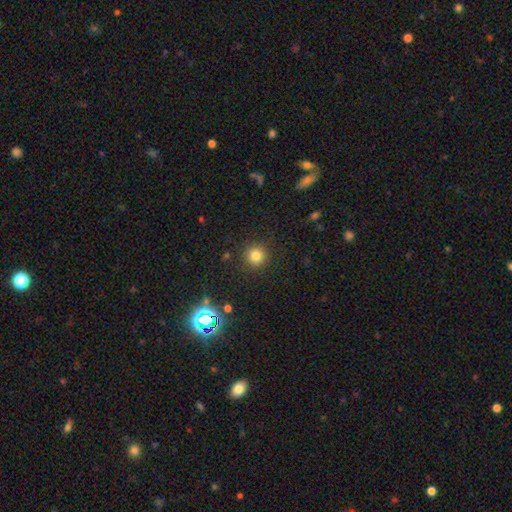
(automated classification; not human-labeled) Q: Smooth or featured?
A: smooth (80%); runner-up: star or artifact (15%)
Q: How rounded?
A: round (94%); runner-up: in between (5%)
Q: Merging?
A: none (91%); runner-up: minor disturbance (6%)